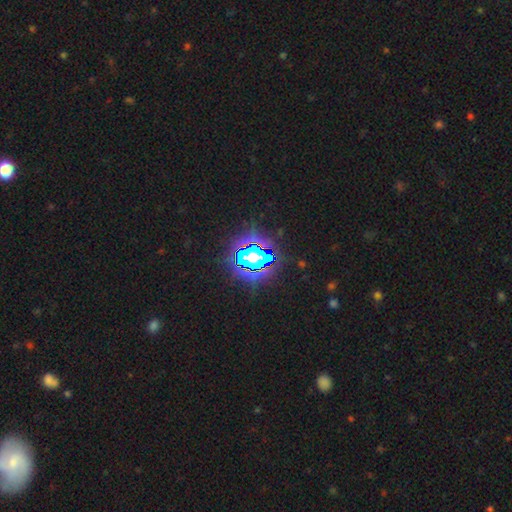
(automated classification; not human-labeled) A star or artifact, not a galaxy (73%).